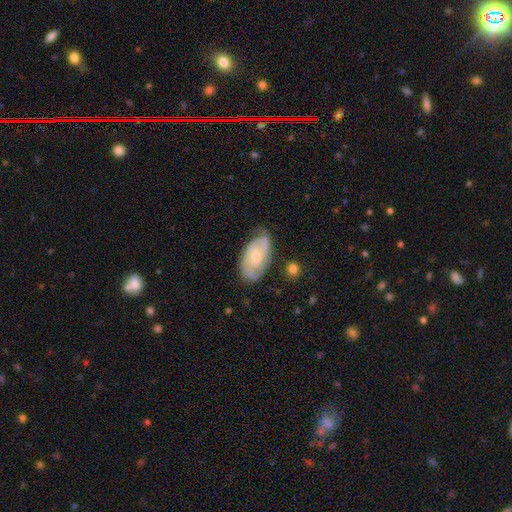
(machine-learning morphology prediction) This is clearly a featured or disk galaxy (81%). It is clearly not viewed edge-on (96%). Bar: likely no (67%). Spiral arm pattern: clearly yes (95%). Spiral arm count: likely 2 (61%). Spiral winding: possibly tight (52%). Central bulge: likely small (68%). Merging: likely none (73%).